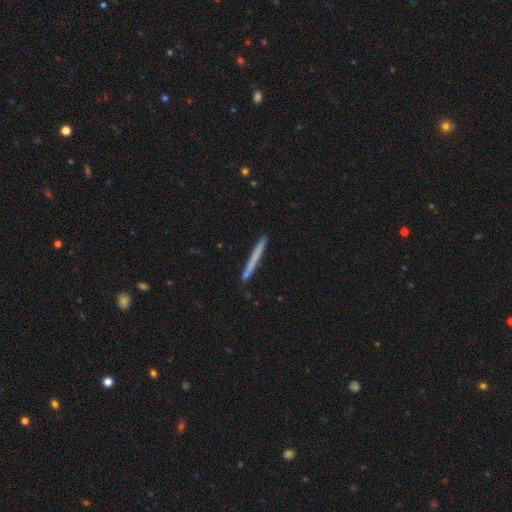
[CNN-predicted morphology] A smooth galaxy with no disk features (59%) that is cigar-shaped (97%).

Vote fractions:
- Smooth or featured? smooth: 59% / featured or disk: 35% / star or artifact: 6%
- How rounded? cigar-shaped: 97% / in between: 2% / round: 1%
- Merging? none: 88% / minor disturbance: 8% / merger: 2% / major disturbance: 2%